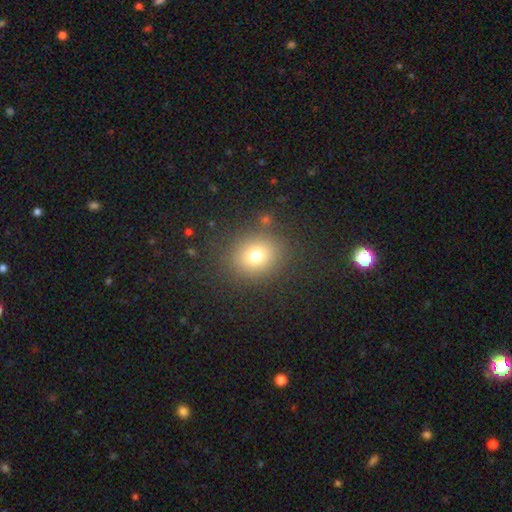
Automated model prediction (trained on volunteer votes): The model was most divided on "how rounded": round: 73%, in between: 26%, cigar-shaped: 1%. More confident: merging — none (84%); smooth or featured — smooth (74%).